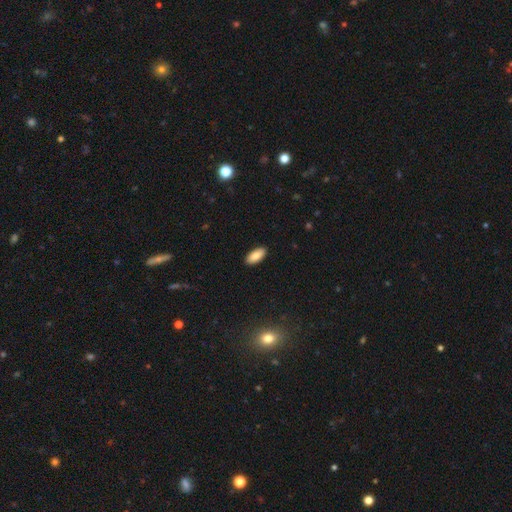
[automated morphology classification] Smooth or featured: smooth — 86% (featured or disk — 7%)
How rounded: in between — 89% (cigar-shaped — 9%)
Merging: none — 90% (minor disturbance — 7%)